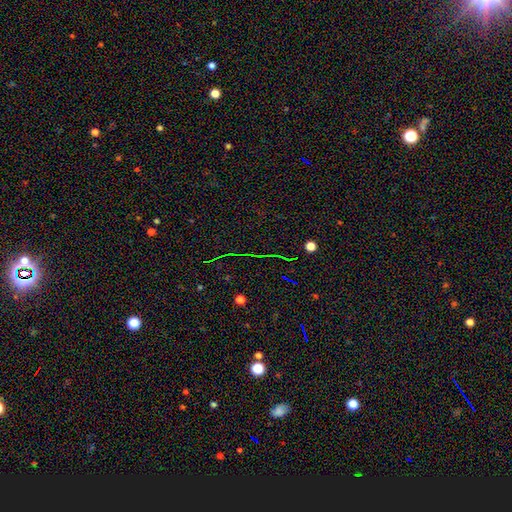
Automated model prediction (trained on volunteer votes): Smooth or featured?
  - star or artifact: 76% *
  - smooth: 14%
  - featured or disk: 9%